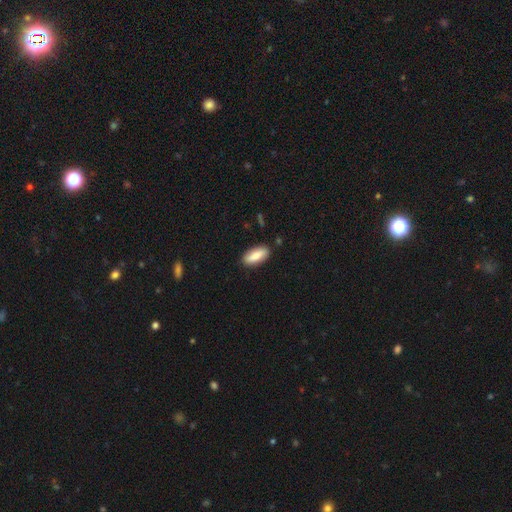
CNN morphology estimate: Smooth or featured?
  - smooth: 81% *
  - featured or disk: 13%
  - star or artifact: 6%
How rounded?
  - in between: 80% *
  - cigar-shaped: 18%
  - round: 2%
Merging?
  - none: 87% *
  - minor disturbance: 9%
  - major disturbance: 2%
  - merger: 2%